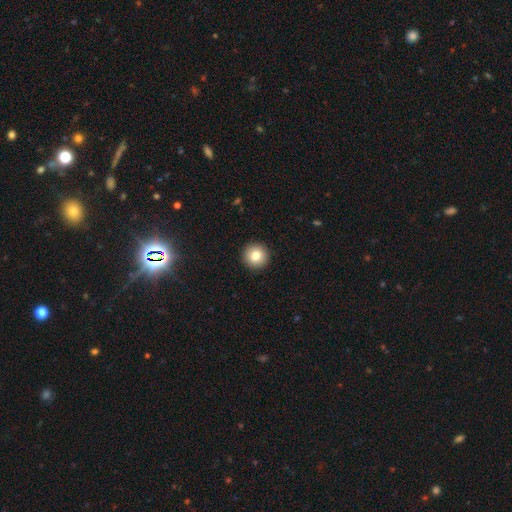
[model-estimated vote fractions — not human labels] smooth-or-featured: smooth: 81% | star or artifact: 10% | featured or disk: 10%
  how-rounded: round: 96% | in between: 3% | cigar-shaped: 1%
  merging: none: 94% | minor disturbance: 4% | major disturbance: 1% | merger: 1%